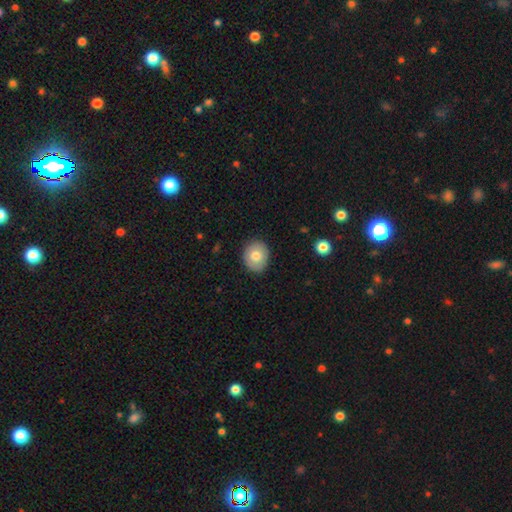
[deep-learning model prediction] This appears to be a smooth galaxy with no disk features (75%) that is round (65%). Merging: none (88%).